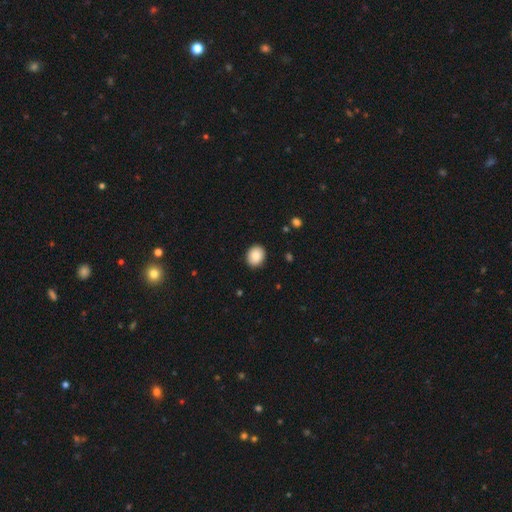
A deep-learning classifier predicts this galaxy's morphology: A smooth galaxy with no disk features (88%) that is round (56%). Merging: none (90%).